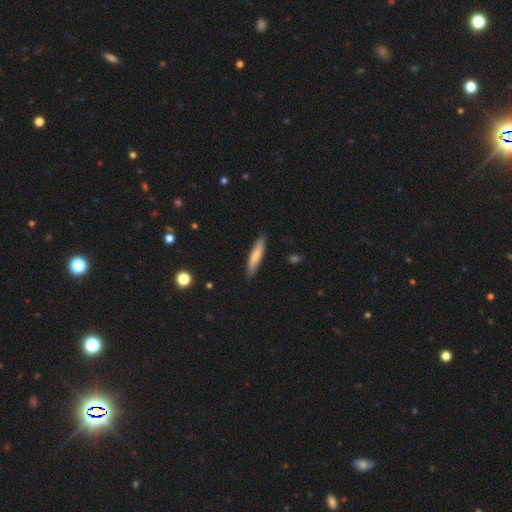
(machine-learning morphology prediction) type=smooth (71%); roundness=cigar-shaped (85%); merging=none (87%).